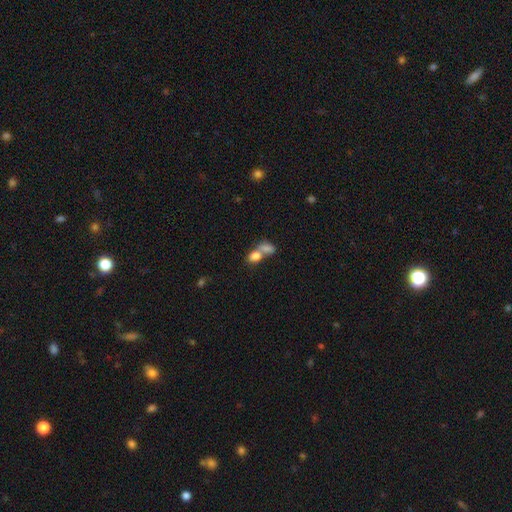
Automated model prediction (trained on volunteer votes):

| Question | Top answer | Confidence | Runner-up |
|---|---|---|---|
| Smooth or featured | smooth | 79% | featured or disk (12%) |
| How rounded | in between | 73% | round (25%) |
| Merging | merger | 72% | none (19%) |